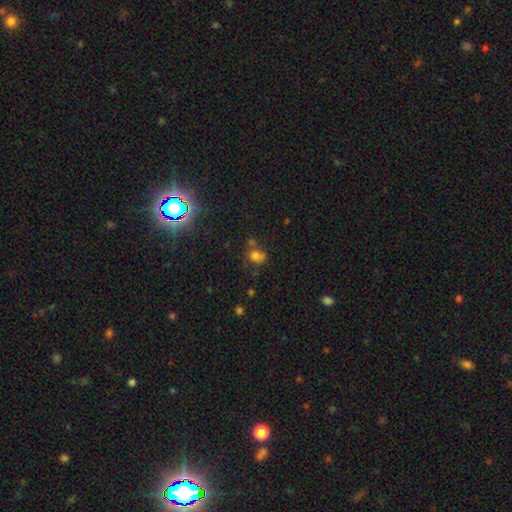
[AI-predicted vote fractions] smooth-or-featured: smooth: 71% | star or artifact: 19% | featured or disk: 10%
  how-rounded: round: 58% | in between: 41% | cigar-shaped: 1%
  merging: none: 48% | merger: 22% | minor disturbance: 20% | major disturbance: 10%